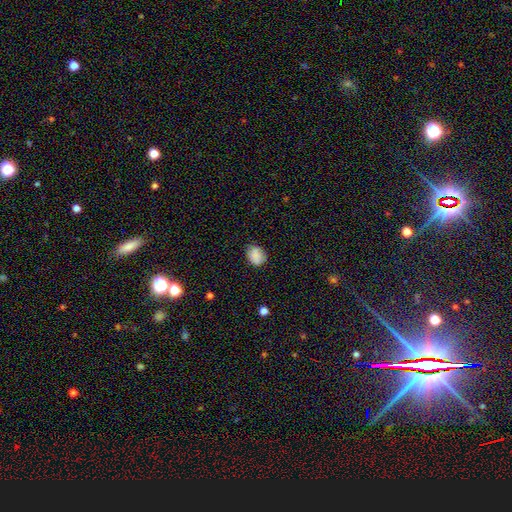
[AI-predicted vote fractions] smooth_or_featured: smooth (p=0.85) [alt: star or artifact p=0.09]
how_rounded: in between (p=0.57) [alt: round p=0.42]
merging: none (p=0.76) [alt: minor disturbance p=0.19]